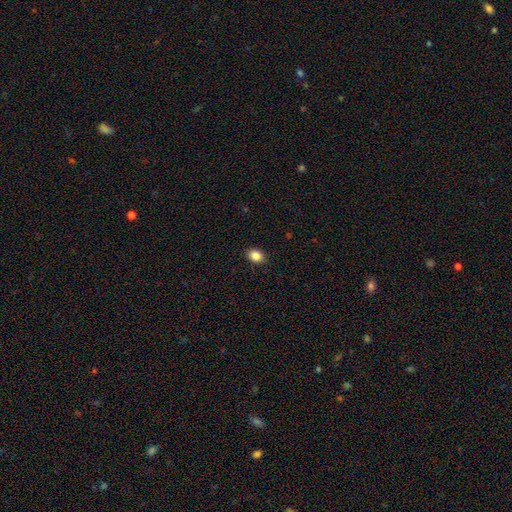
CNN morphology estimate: Smooth or featured?
  - smooth: 87% *
  - star or artifact: 9%
  - featured or disk: 4%
How rounded?
  - in between: 63% *
  - round: 36%
  - cigar-shaped: 1%
Merging?
  - none: 90% *
  - minor disturbance: 7%
  - major disturbance: 2%
  - merger: 1%